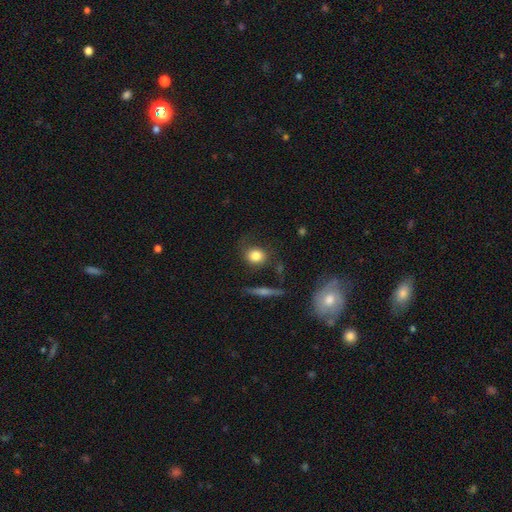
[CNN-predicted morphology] smooth-or-featured: smooth: 79% | featured or disk: 12% | star or artifact: 9%
  how-rounded: round: 71% | in between: 27% | cigar-shaped: 2%
  merging: none: 68% | minor disturbance: 19% | major disturbance: 9% | merger: 4%